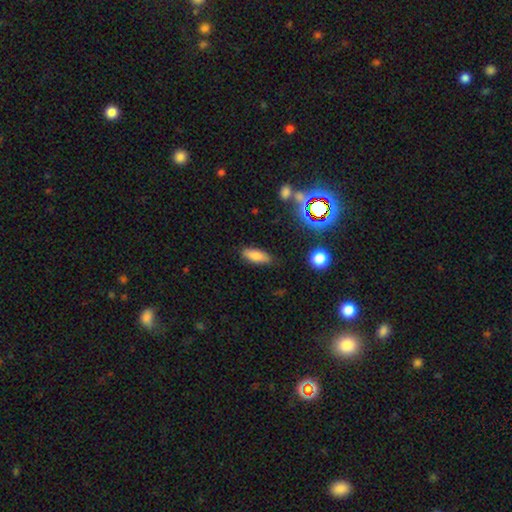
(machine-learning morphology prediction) type=smooth (79%); roundness=in between (69%); merging=none (83%).